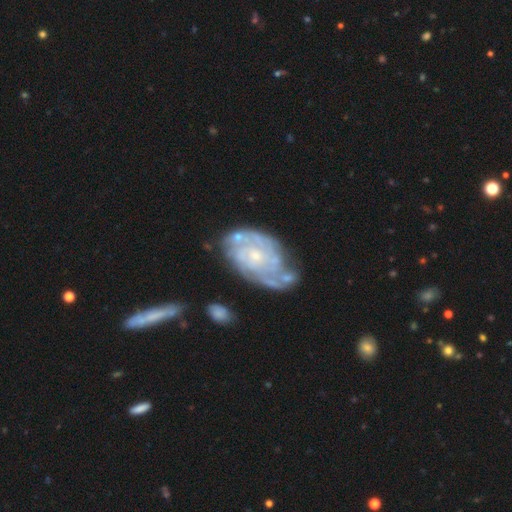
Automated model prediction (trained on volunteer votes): Q: Smooth or featured?
A: featured or disk (83%); runner-up: smooth (12%)
Q: Edge-on disk?
A: no (96%); runner-up: yes (4%)
Q: Bar?
A: no (73%); runner-up: weak (23%)
Q: Spiral arms?
A: yes (89%); runner-up: no (11%)
Q: Spiral winding?
A: tight (60%); runner-up: medium (31%)
Q: Spiral arm count?
A: can't tell (41%); runner-up: 2 (29%)
Q: Bulge size?
A: small (64%); runner-up: moderate (29%)
Q: Merging?
A: none (53%); runner-up: minor disturbance (25%)